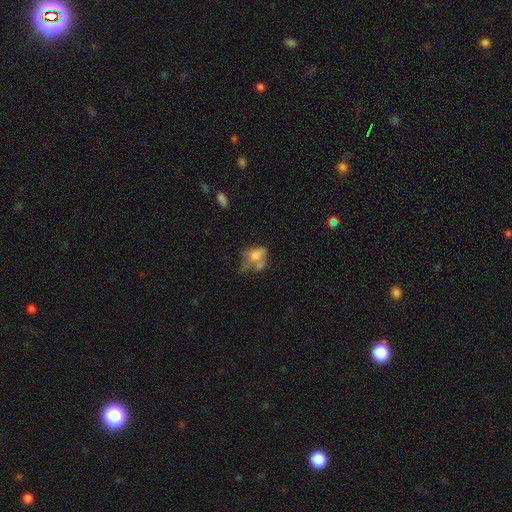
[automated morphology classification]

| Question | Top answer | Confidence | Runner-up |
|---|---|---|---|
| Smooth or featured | smooth | 57% | featured or disk (31%) |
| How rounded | in between | 74% | round (24%) |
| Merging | merger | 32% | major disturbance (26%) |